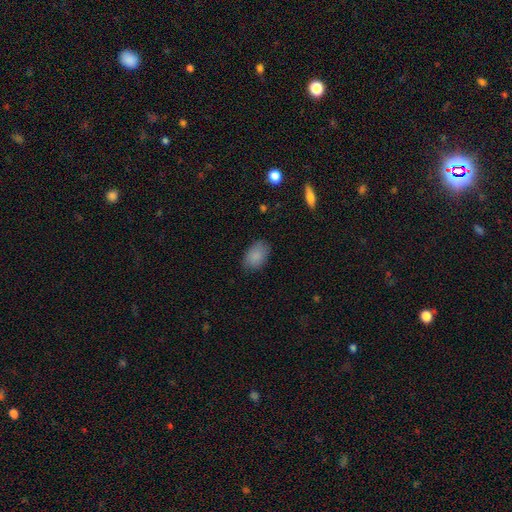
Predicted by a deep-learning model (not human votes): Overall: smooth (87%). How rounded: in between (88%). Merging: none (80%).